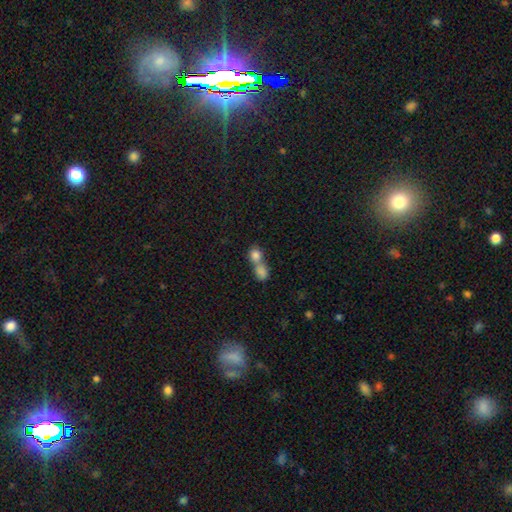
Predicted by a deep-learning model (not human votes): smooth 81%, featured or disk 9%, star or artifact 9%. Down the decision tree: how rounded — round (68%); merging — merger (70%).